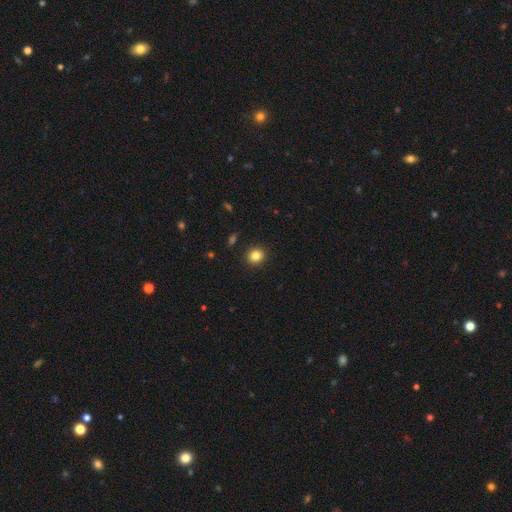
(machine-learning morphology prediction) Smooth or featured? Predicted: smooth (p=0.84). How rounded? Predicted: round (p=0.87). Merging? Predicted: none (p=0.92).